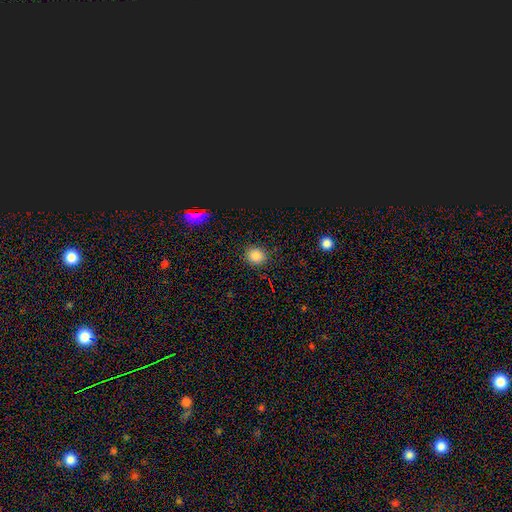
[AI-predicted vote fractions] smooth-or-featured: smooth: 82% | star or artifact: 14% | featured or disk: 4%
  how-rounded: round: 83% | in between: 16% | cigar-shaped: 1%
  merging: none: 89% | minor disturbance: 8% | major disturbance: 2% | merger: 1%